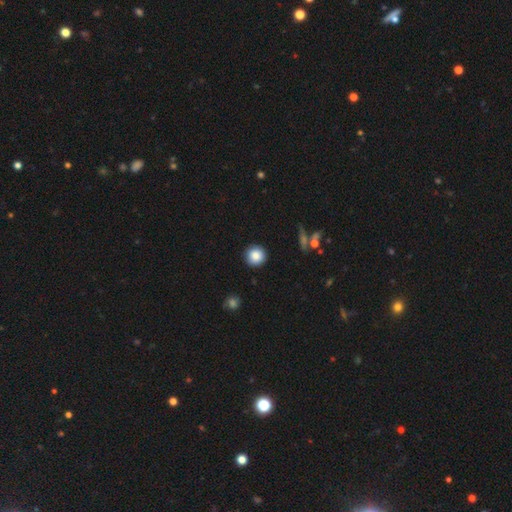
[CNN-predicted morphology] type=smooth (86%); roundness=round (95%); merging=none (91%).